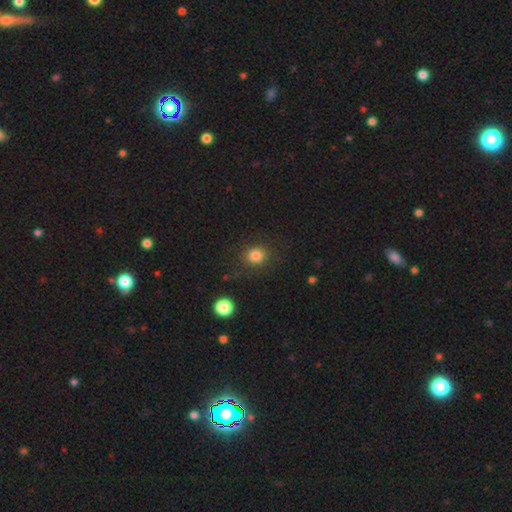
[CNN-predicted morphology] Smooth or featured? smooth (82%)
How rounded? round (79%)
Merging? none (85%)